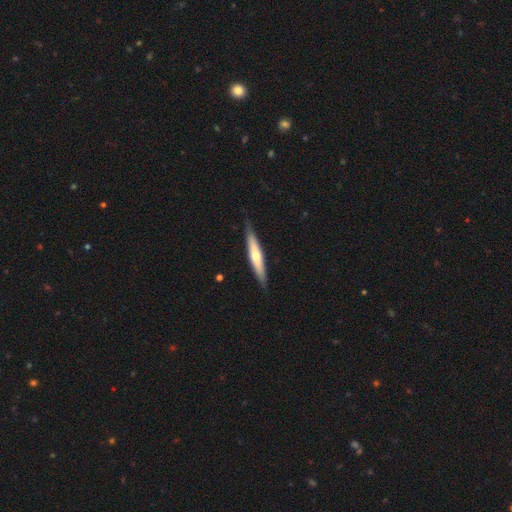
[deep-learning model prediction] Q: Smooth or featured?
A: featured or disk (51%); runner-up: smooth (44%)
Q: Edge-on disk?
A: yes (91%); runner-up: no (9%)
Q: Merging?
A: none (85%); runner-up: minor disturbance (12%)